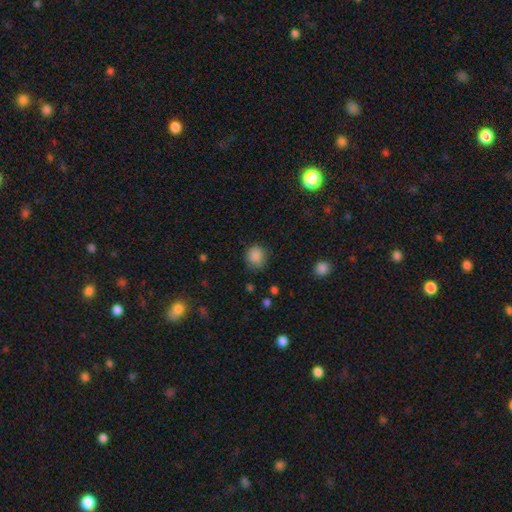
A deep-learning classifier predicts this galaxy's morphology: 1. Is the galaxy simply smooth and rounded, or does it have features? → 86% smooth, 10% star or artifact, 4% featured or disk.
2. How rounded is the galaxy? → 82% round, 17% in between, 1% cigar-shaped.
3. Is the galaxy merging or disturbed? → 77% none, 17% minor disturbance, 4% major disturbance, 1% merger.